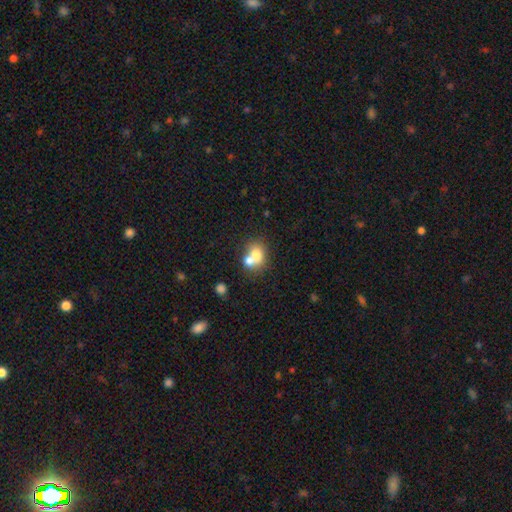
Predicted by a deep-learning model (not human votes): A smooth galaxy with no disk features (70%) that is round (60%).

Vote fractions:
- Smooth or featured? smooth: 70% / featured or disk: 20% / star or artifact: 10%
- How rounded? round: 60% / in between: 39% / cigar-shaped: 1%
- Merging? merger: 58% / none: 32% / minor disturbance: 7% / major disturbance: 4%